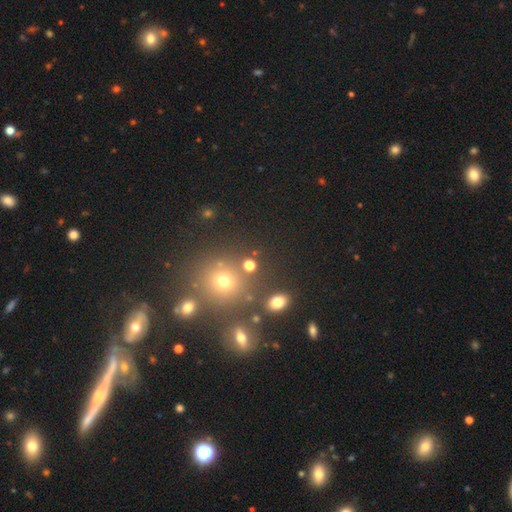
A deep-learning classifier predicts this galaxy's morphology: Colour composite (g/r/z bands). It shows a star or artifact, not a galaxy (50%).